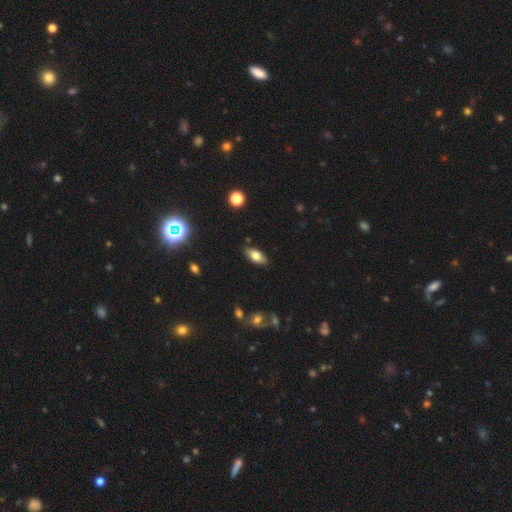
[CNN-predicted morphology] smooth-or-featured: smooth: 72% | featured or disk: 19% | star or artifact: 8%
  how-rounded: in between: 86% | cigar-shaped: 11% | round: 4%
  merging: none: 86% | minor disturbance: 10% | major disturbance: 2% | merger: 2%